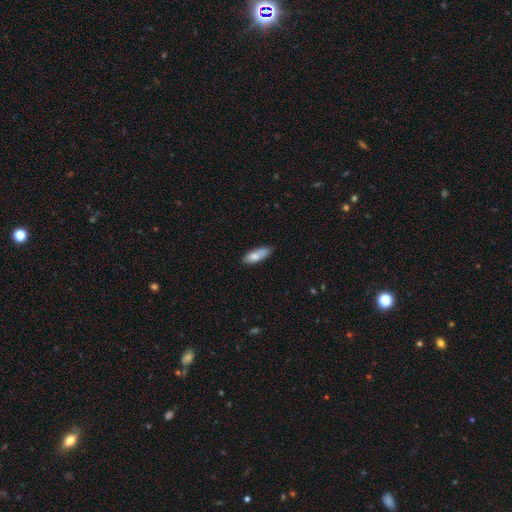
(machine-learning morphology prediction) A smooth galaxy with no disk features (78%) that is in between round and cigar-shaped (66%). Merging: none (76%).